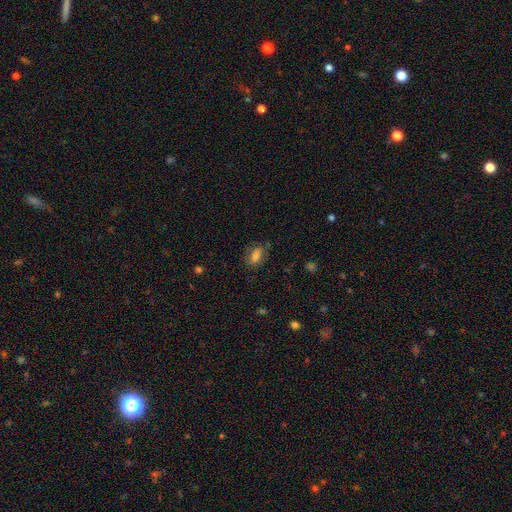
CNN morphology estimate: smooth-or-featured: smooth: 65% | featured or disk: 25% | star or artifact: 10%
  how-rounded: in between: 81% | round: 11% | cigar-shaped: 8%
  merging: none: 73% | minor disturbance: 18% | major disturbance: 7% | merger: 2%